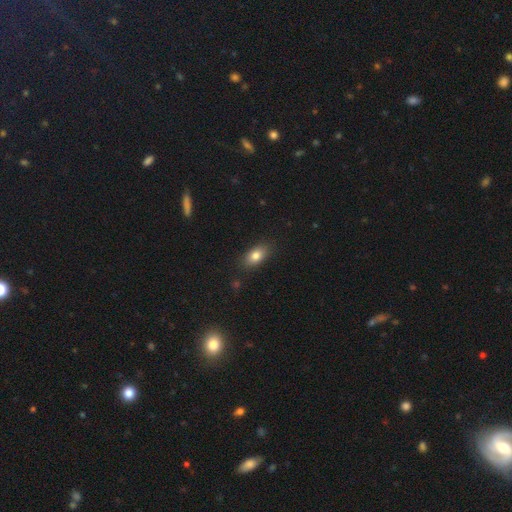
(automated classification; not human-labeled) A smooth galaxy with no disk features (80%) that is in between round and cigar-shaped (86%). Merging: none (85%).